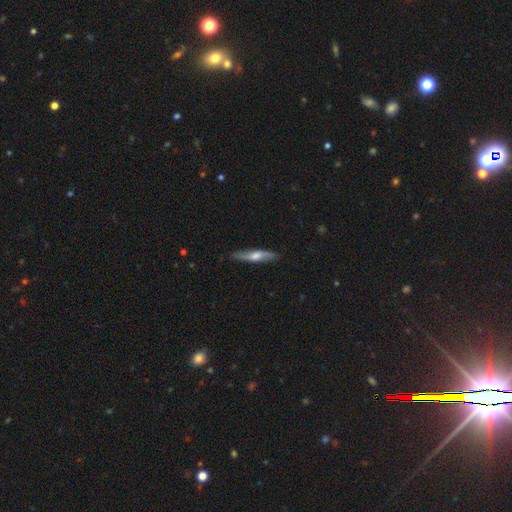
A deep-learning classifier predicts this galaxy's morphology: Smooth or featured: smooth — 48% (featured or disk — 47%)
Merging: none — 85% (minor disturbance — 12%)